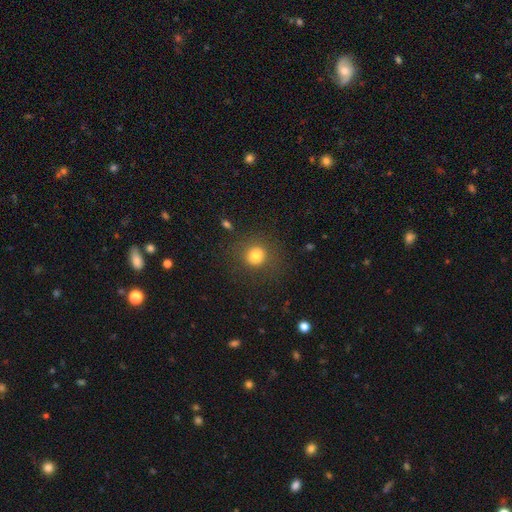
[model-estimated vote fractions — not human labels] Overall: smooth (80%). How rounded: round (90%). Merging: none (83%).